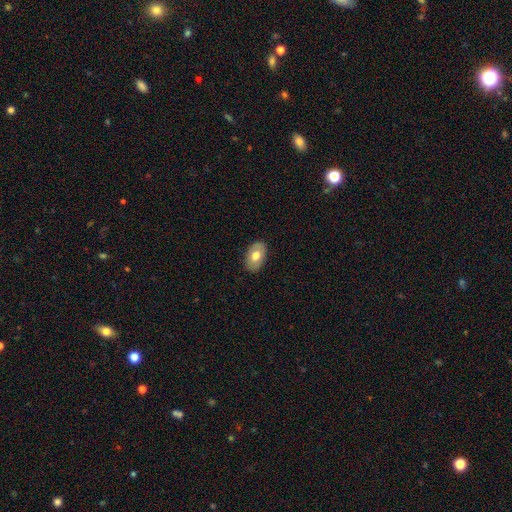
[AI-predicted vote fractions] A smooth galaxy with no disk features (69%) that is in between round and cigar-shaped (91%).

Vote fractions:
- Smooth or featured? smooth: 69% / featured or disk: 25% / star or artifact: 6%
- How rounded? in between: 91% / round: 8% / cigar-shaped: 1%
- Merging? none: 86% / minor disturbance: 11% / major disturbance: 2% / merger: 1%